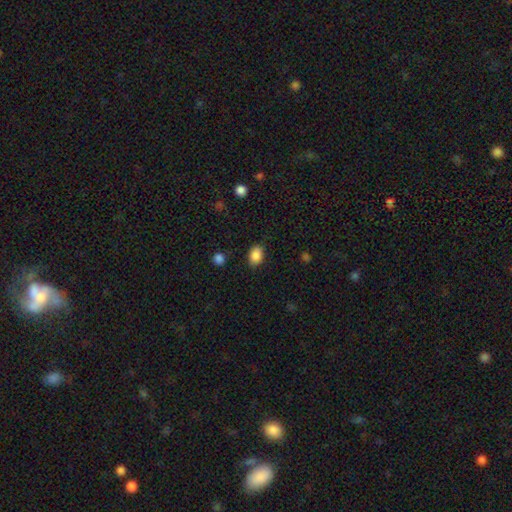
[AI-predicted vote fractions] Smooth or featured?
  - smooth: 87% *
  - star or artifact: 9%
  - featured or disk: 4%
How rounded?
  - in between: 76% *
  - round: 22%
  - cigar-shaped: 1%
Merging?
  - none: 82% *
  - minor disturbance: 14%
  - major disturbance: 3%
  - merger: 1%